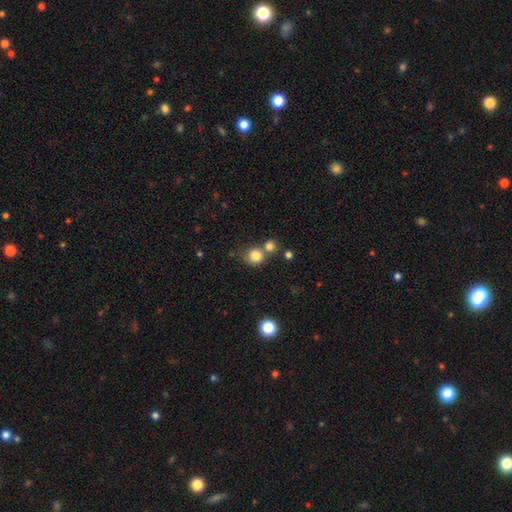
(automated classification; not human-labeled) Smooth or featured? smooth (82%)
How rounded? round (86%)
Merging? none (57%)